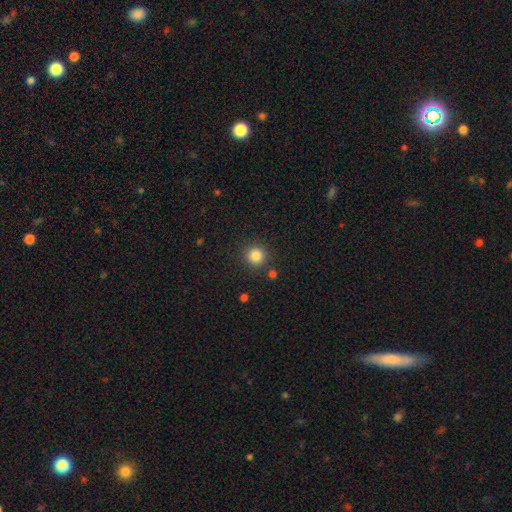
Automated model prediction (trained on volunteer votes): Smooth or featured: smooth — 84% (star or artifact — 11%)
How rounded: round — 94% (in between — 5%)
Merging: none — 88% (minor disturbance — 6%)